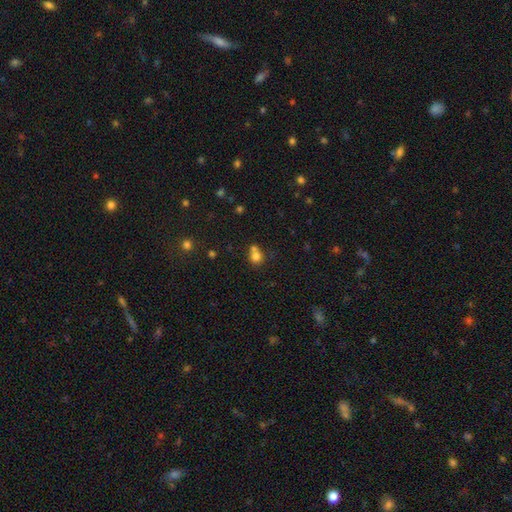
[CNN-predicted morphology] Smooth or featured: smooth — 77% (star or artifact — 13%)
How rounded: round — 73% (in between — 26%)
Merging: merger — 45% (none — 40%)